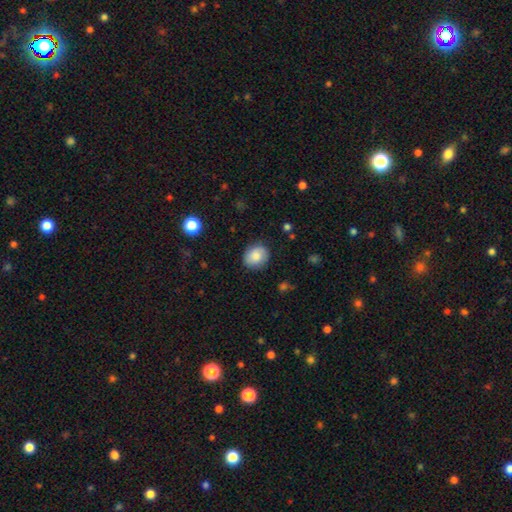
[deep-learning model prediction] A smooth galaxy with no disk features (81%) that is round (64%). Merging: none (83%).